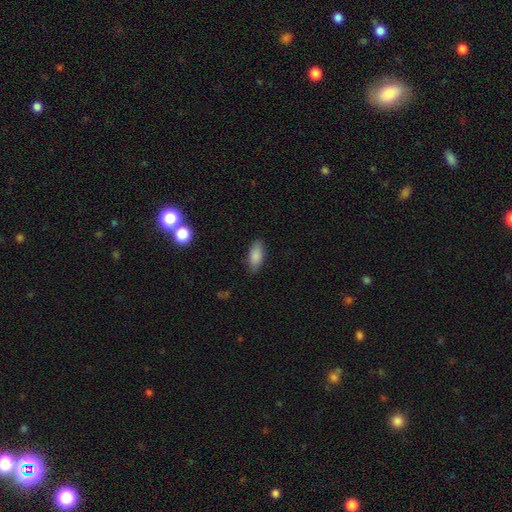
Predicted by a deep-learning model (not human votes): Smooth or featured?
  - smooth: 87% *
  - star or artifact: 7%
  - featured or disk: 6%
How rounded?
  - in between: 86% *
  - cigar-shaped: 12%
  - round: 2%
Merging?
  - none: 85% *
  - minor disturbance: 12%
  - major disturbance: 3%
  - merger: 1%